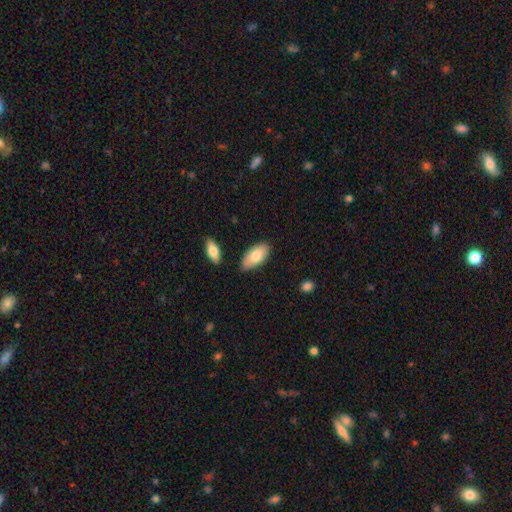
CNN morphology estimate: The model was most divided on "merging": none: 78%, minor disturbance: 15%, merger: 5%, major disturbance: 3%. More confident: how rounded — in between (92%); smooth or featured — smooth (79%).